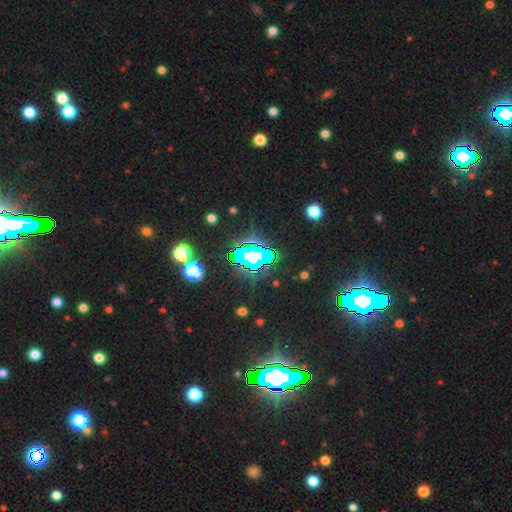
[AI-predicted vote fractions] This appears to be a star or artifact, not a galaxy (70%).